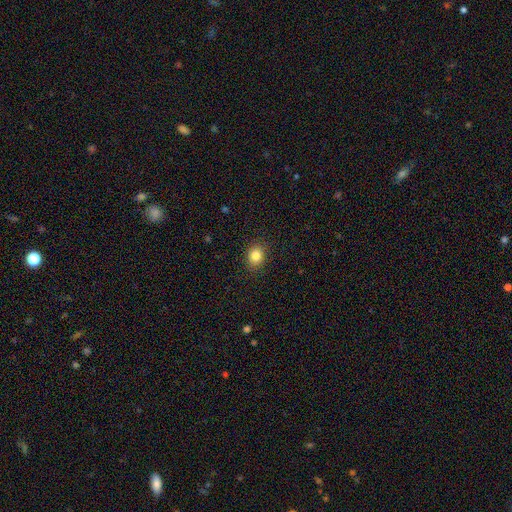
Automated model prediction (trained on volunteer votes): A smooth galaxy with no disk features (84%) that is round (62%).

Vote fractions:
- Smooth or featured? smooth: 84% / star or artifact: 11% / featured or disk: 6%
- How rounded? round: 62% / in between: 37% / cigar-shaped: 1%
- Merging? none: 89% / minor disturbance: 7% / major disturbance: 2% / merger: 1%